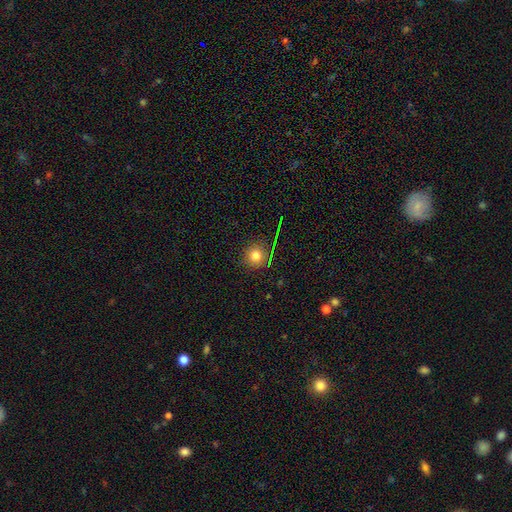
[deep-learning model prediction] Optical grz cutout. It shows a smooth galaxy with no disk features (75%) that is round (92%). Merging: none (87%).